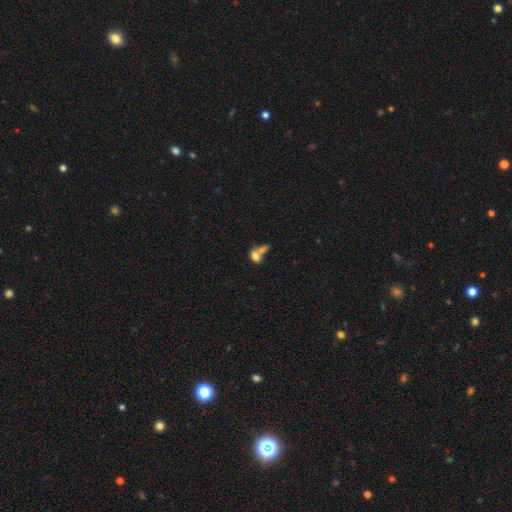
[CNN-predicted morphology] A smooth galaxy with no disk features (71%) that is in between round and cigar-shaped (74%). Merging: merger (64%).